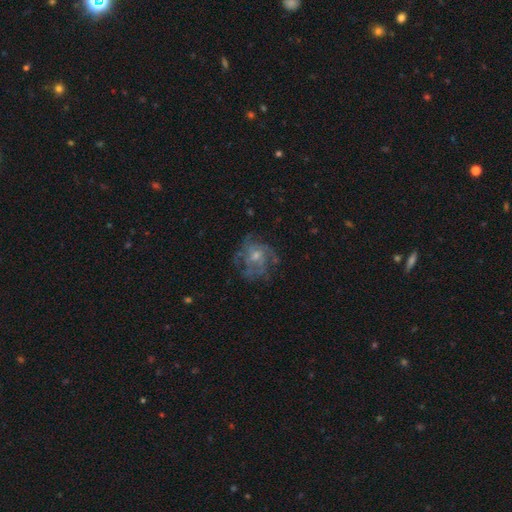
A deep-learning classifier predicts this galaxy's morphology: Smooth or featured: featured or disk — 69% (smooth — 17%)
Edge-on disk: no — 97% (yes — 3%)
Bar: no — 77% (weak — 20%)
Spiral arms: yes — 79% (no — 21%)
Spiral winding: medium — 41% (tied with tight — 41%)
Spiral arm count: can't tell — 41% (4 — 19%)
Bulge size: moderate — 48% (small — 44%)
Merging: none — 68% (minor disturbance — 17%)